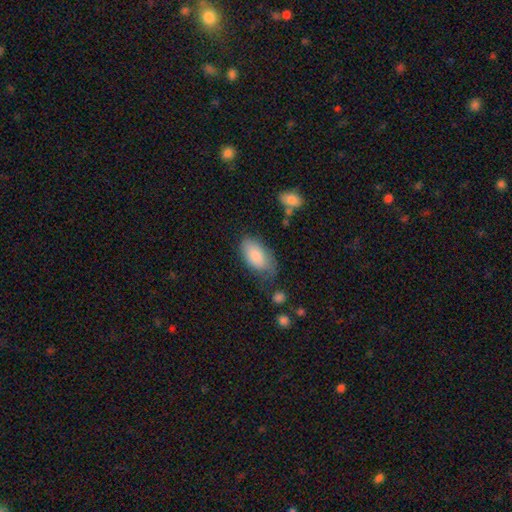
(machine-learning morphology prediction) Smooth or featured? smooth (84%)
How rounded? in between (94%)
Merging? none (56%)